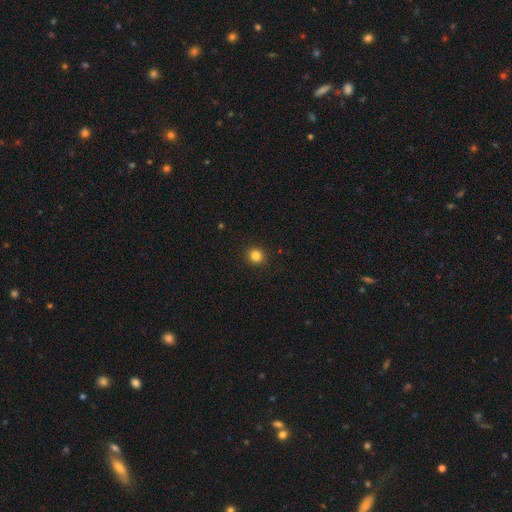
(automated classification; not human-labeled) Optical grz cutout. It shows a smooth galaxy with no disk features (83%) that is round (91%). Merging: none (92%).